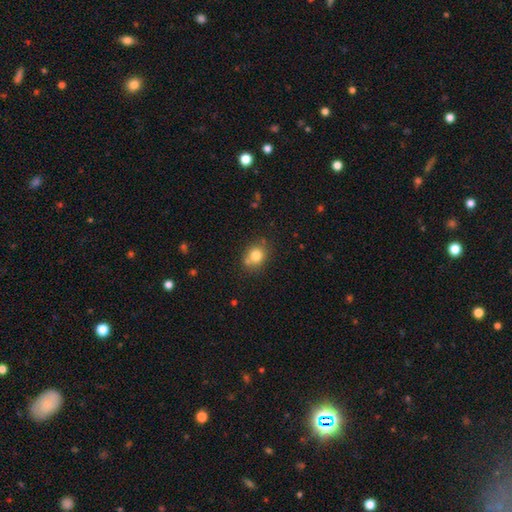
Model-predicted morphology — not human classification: A smooth galaxy with no disk features (79%) that is round (69%). Merging: none (67%).